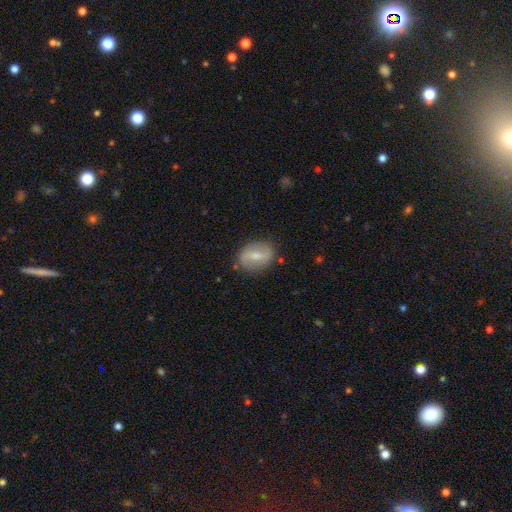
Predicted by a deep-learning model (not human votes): This is possibly a featured or disk galaxy (52%). It is clearly not viewed edge-on (93%). Merging: clearly none (81%).